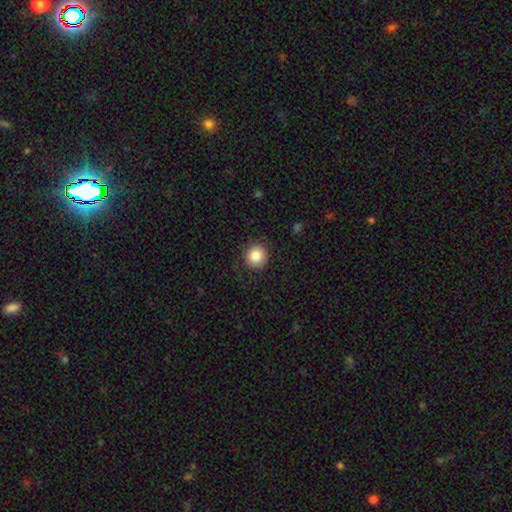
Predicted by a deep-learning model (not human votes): Smooth or featured: smooth — 86% (star or artifact — 9%)
How rounded: round — 94% (in between — 5%)
Merging: none — 90% (minor disturbance — 7%)